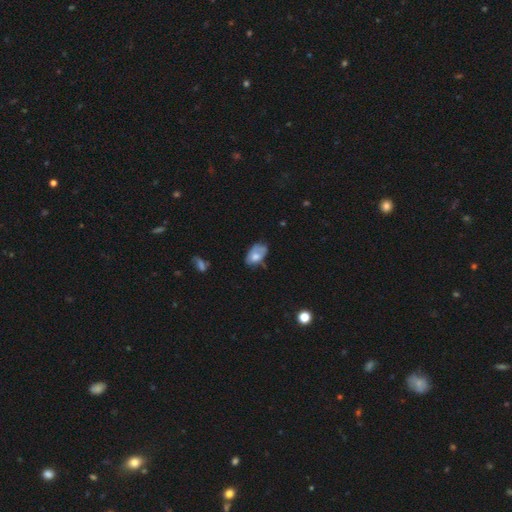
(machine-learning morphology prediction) Overall: smooth (65%; featured or disk 28%). How rounded: in between (90%). Merging: none (42%; minor disturbance 38%).